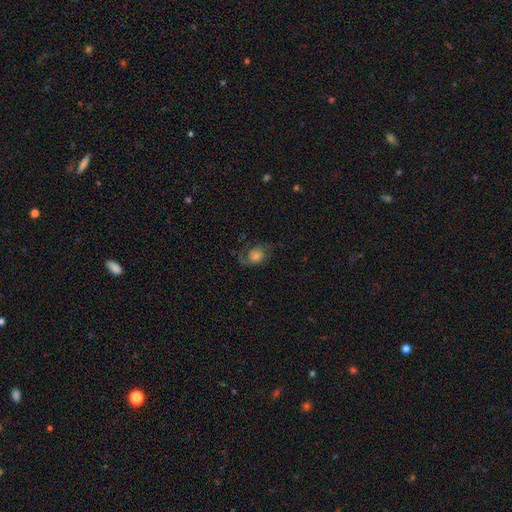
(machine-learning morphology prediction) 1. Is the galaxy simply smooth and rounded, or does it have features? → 60% featured or disk, 28% smooth, 11% star or artifact.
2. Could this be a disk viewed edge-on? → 96% no, 4% yes.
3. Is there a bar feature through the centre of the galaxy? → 74% no, 22% weak, 4% strong.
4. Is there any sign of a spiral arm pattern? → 89% yes, 11% no.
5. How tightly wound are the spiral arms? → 42% medium, 41% loose, 17% tight.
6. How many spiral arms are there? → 72% 2, 12% 1, 9% can't tell, 4% 3, 2% 4, 2% more than 4.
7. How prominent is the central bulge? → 37% moderate, 26% small, 22% large, 9% none, 6% dominant.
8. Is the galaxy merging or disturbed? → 58% none, 21% major disturbance, 19% minor disturbance, 2% merger.